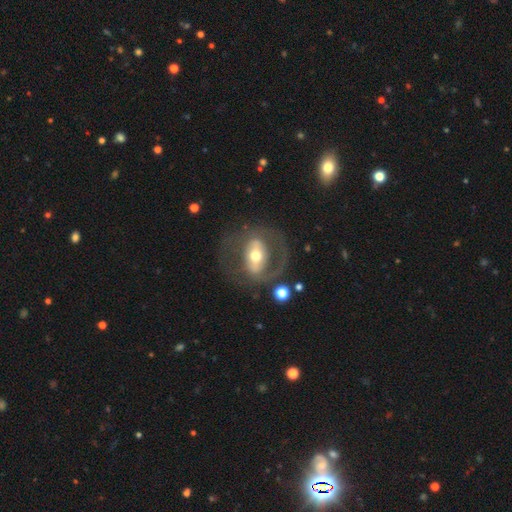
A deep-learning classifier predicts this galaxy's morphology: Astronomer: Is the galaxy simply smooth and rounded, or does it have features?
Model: featured or disk — 72%.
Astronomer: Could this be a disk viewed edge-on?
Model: no — 94%.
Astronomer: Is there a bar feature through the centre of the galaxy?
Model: strong — 44% (runner-up: weak, 29%).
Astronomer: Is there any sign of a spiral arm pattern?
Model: yes — 55% (runner-up: no, 45%).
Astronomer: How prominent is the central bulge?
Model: moderate — 69%.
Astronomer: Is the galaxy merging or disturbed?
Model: none — 63%.